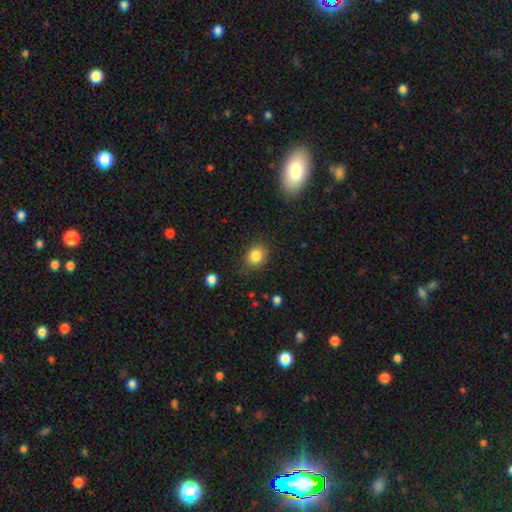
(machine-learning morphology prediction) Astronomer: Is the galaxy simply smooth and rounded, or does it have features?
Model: smooth — 85%.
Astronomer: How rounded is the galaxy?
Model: round — 58% (runner-up: in between, 41%).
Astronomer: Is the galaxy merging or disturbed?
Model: none — 80%.